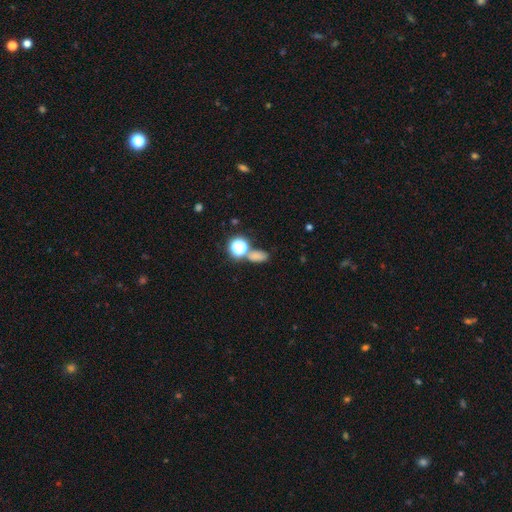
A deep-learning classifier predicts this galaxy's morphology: smooth 68%, star or artifact 25%, featured or disk 7%. Down the decision tree: how rounded — in between (68%); merging — none (59%).